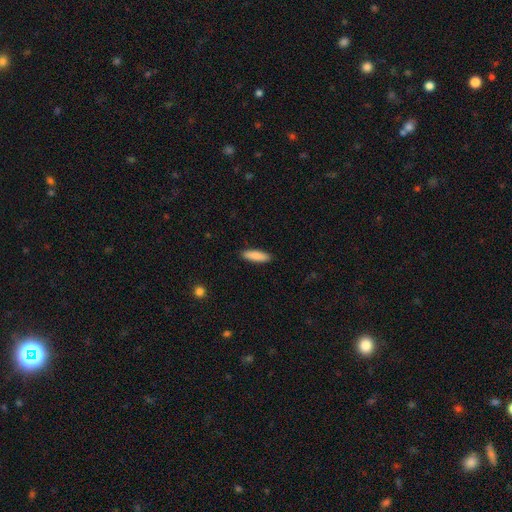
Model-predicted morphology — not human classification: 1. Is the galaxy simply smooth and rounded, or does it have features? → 87% smooth, 7% featured or disk, 6% star or artifact.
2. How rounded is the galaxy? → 61% cigar-shaped, 38% in between, 1% round.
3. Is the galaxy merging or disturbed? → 90% none, 7% minor disturbance, 2% major disturbance, 1% merger.